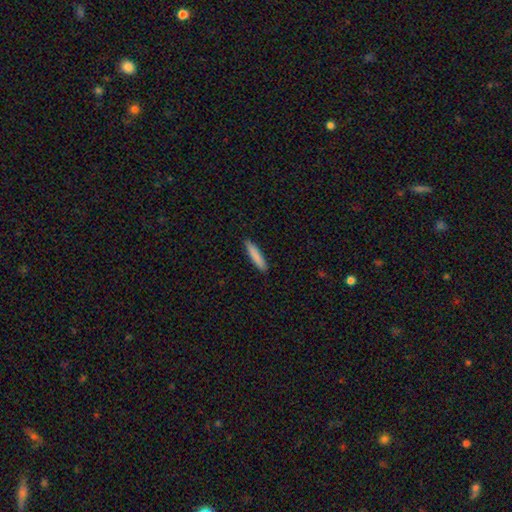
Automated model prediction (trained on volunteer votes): Smooth or featured? Predicted: smooth (p=0.85). How rounded? Predicted: cigar-shaped (p=0.89). Merging? Predicted: none (p=0.90).